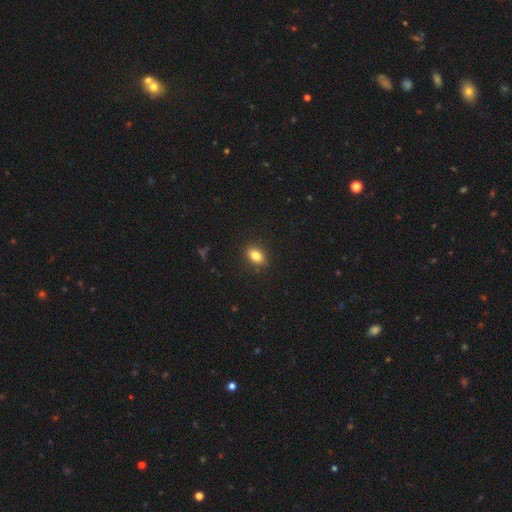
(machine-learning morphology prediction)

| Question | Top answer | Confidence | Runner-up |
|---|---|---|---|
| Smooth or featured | smooth | 83% | star or artifact (10%) |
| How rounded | in between | 80% | round (18%) |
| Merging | none | 88% | minor disturbance (9%) |